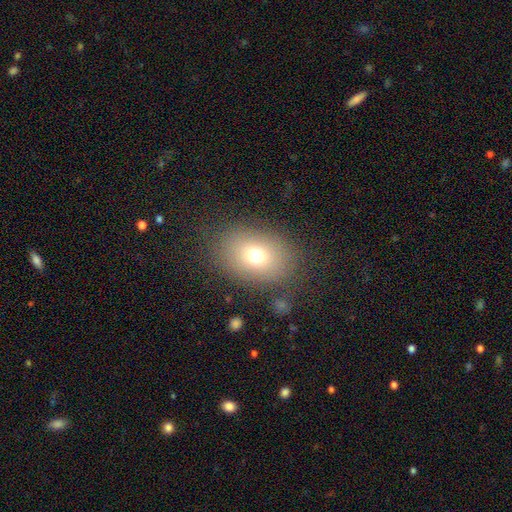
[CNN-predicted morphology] A smooth galaxy with no disk features (71%) that is in between round and cigar-shaped (72%). Merging: none (78%).